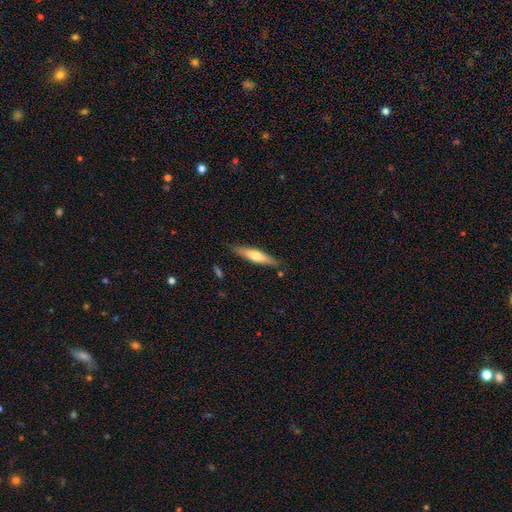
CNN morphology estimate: Smooth or featured?
  - smooth: 50% *
  - featured or disk: 44%
  - star or artifact: 6%
How rounded?
  - cigar-shaped: 82% *
  - in between: 17%
  - round: 2%
Merging?
  - none: 83% *
  - minor disturbance: 13%
  - major disturbance: 2%
  - merger: 2%